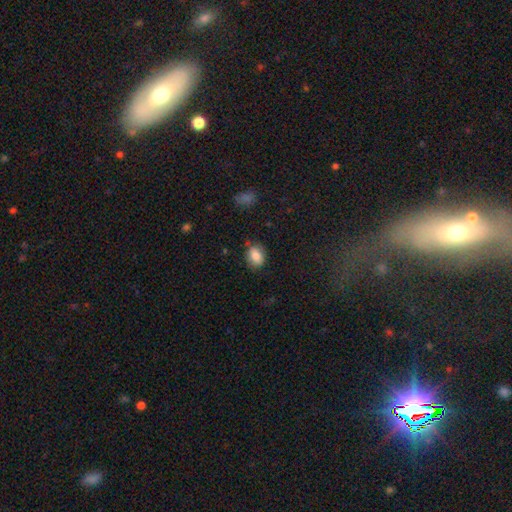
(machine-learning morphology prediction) This is clearly a smooth galaxy (82%). How rounded: likely in between (66%). Merging: likely none (76%).